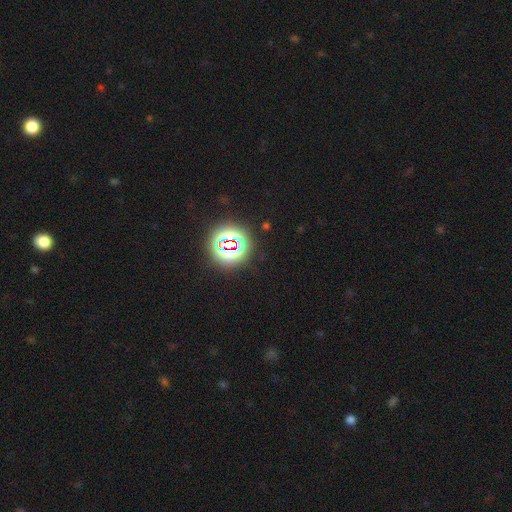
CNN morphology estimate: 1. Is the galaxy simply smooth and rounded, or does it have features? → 82% star or artifact, 12% smooth, 6% featured or disk.